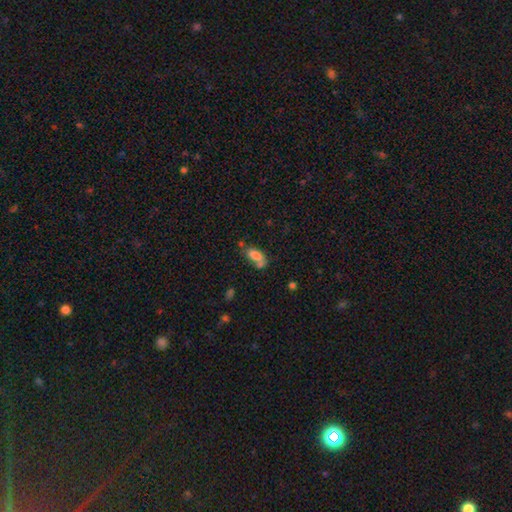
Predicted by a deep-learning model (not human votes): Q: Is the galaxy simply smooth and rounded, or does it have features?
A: smooth — 76%.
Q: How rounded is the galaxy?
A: in between — 85%.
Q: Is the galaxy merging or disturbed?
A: none — 38%.